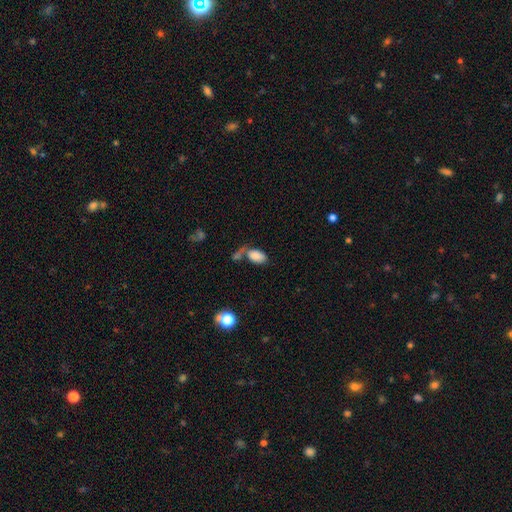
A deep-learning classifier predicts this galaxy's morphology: smooth_or_featured: smooth (p=0.84) [alt: star or artifact p=0.09]
how_rounded: in between (p=0.93) [alt: round p=0.05]
merging: none (p=0.43) [alt: merger p=0.34]